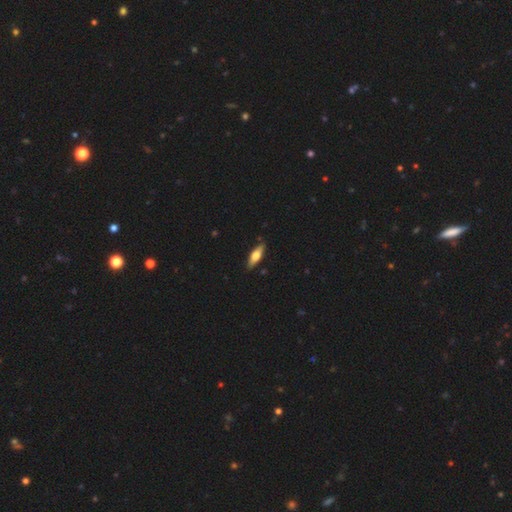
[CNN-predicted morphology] Smooth or featured: smooth — 48% (featured or disk — 46%)
Merging: none — 87% (minor disturbance — 10%)